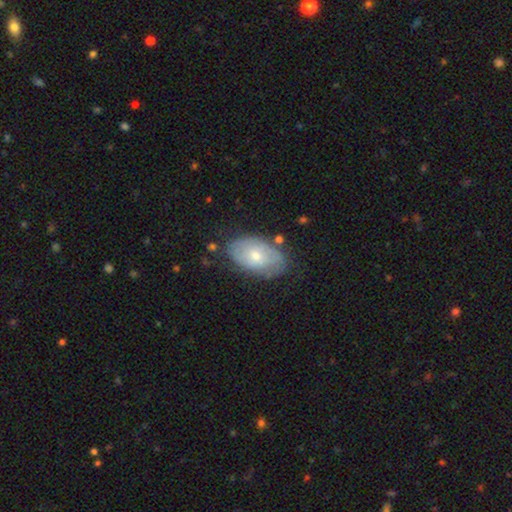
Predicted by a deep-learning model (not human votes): Smooth or featured: smooth — 47% (tied with featured or disk — 47%)
Merging: none — 70% (minor disturbance — 21%)